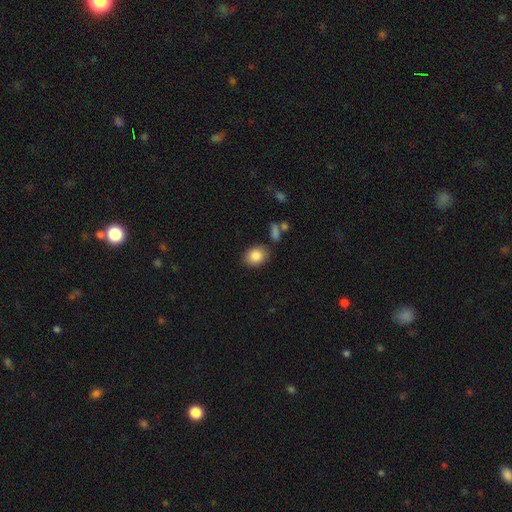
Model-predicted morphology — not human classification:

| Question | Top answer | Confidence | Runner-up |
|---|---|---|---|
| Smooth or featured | smooth | 85% | star or artifact (8%) |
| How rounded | in between | 65% | round (34%) |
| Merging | none | 80% | minor disturbance (12%) |